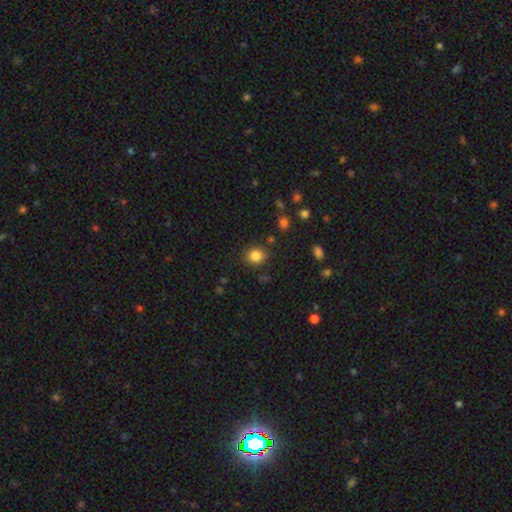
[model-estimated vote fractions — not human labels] Q: Smooth or featured?
A: smooth (84%); runner-up: star or artifact (11%)
Q: How rounded?
A: round (78%); runner-up: in between (21%)
Q: Merging?
A: none (85%); runner-up: minor disturbance (9%)